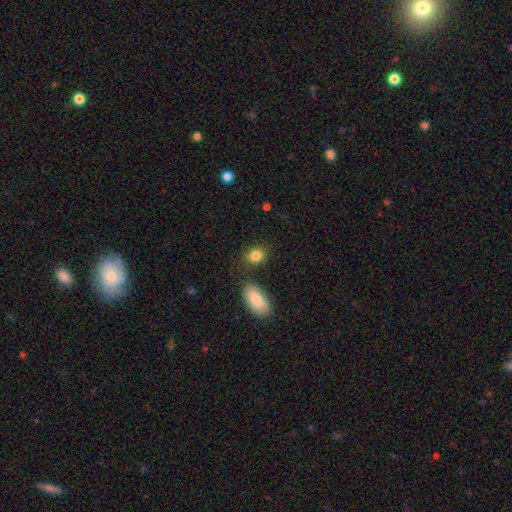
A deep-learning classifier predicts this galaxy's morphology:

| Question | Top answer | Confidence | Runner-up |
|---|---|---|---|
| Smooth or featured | smooth | 86% | star or artifact (9%) |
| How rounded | round | 51% | in between (47%) |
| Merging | none | 76% | minor disturbance (12%) |